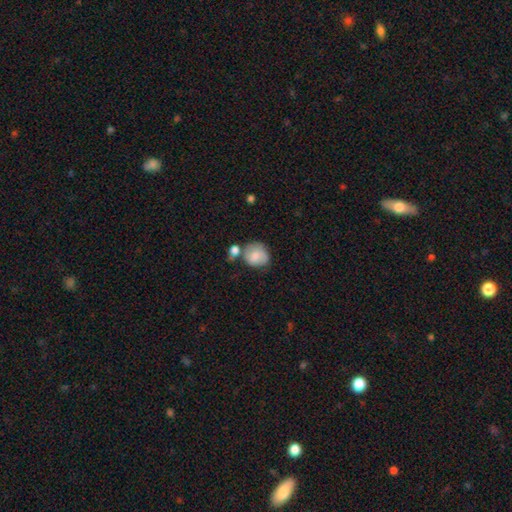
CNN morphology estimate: smooth-or-featured: smooth: 77% | featured or disk: 16% | star or artifact: 8%
  how-rounded: round: 75% | in between: 24% | cigar-shaped: 1%
  merging: none: 46% | minor disturbance: 23% | merger: 22% | major disturbance: 9%